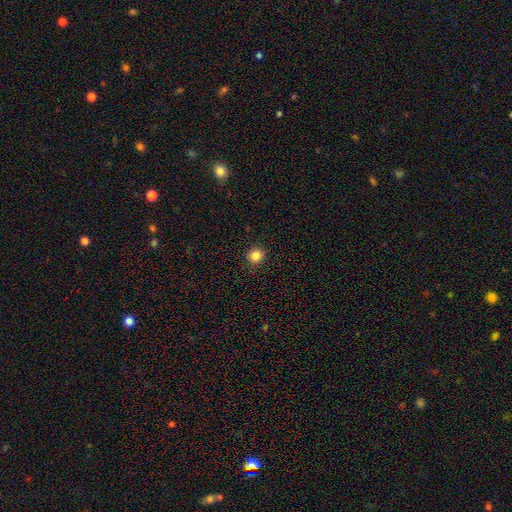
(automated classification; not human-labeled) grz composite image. It shows a smooth galaxy with no disk features (85%) that is round (91%). Merging: none (92%).